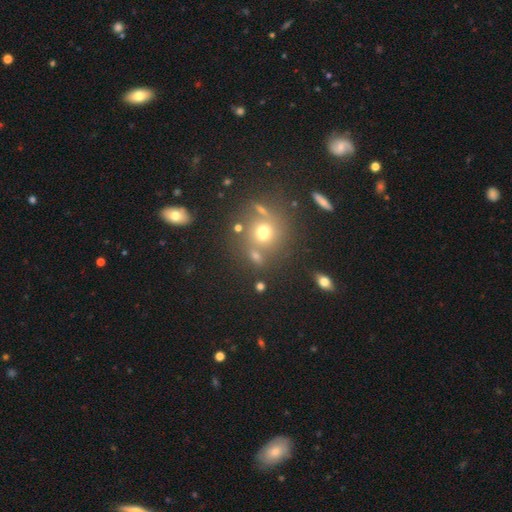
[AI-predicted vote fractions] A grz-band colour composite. It shows a smooth galaxy with no disk features (58%) that is round (81%). Merging: none (63%).